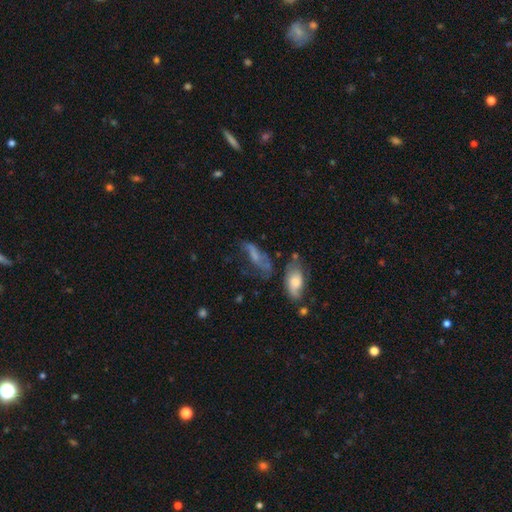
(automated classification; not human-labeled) smooth-or-featured: featured or disk: 42% | smooth: 41% | star or artifact: 16%
  merging: none: 35% | major disturbance: 29% | minor disturbance: 22% | merger: 13%